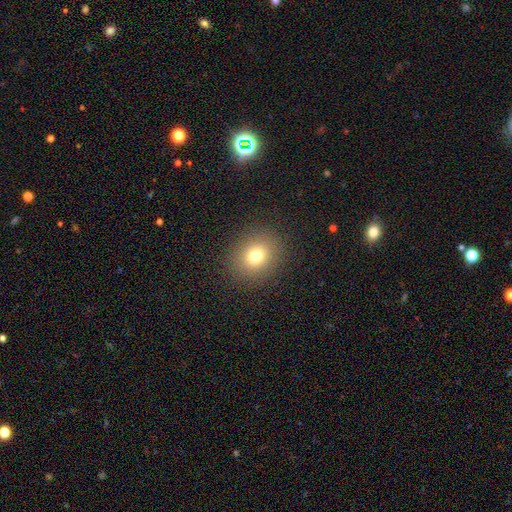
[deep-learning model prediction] Overall: smooth (76%). How rounded: round (68%; in between 31%). Merging: none (89%).